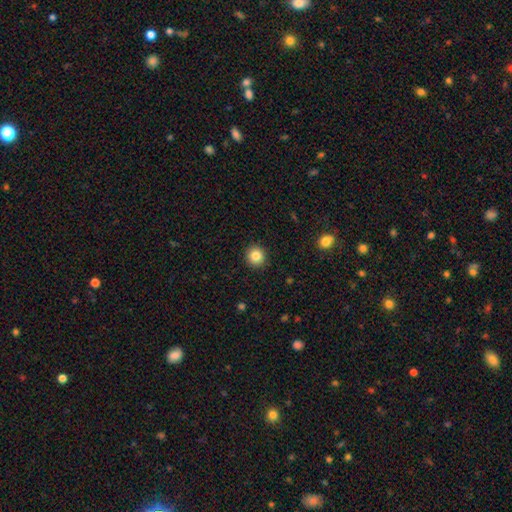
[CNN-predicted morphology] The model was most divided on "smooth or featured": smooth: 84%, star or artifact: 10%, featured or disk: 6%. More confident: how rounded — round (92%); merging — none (92%).